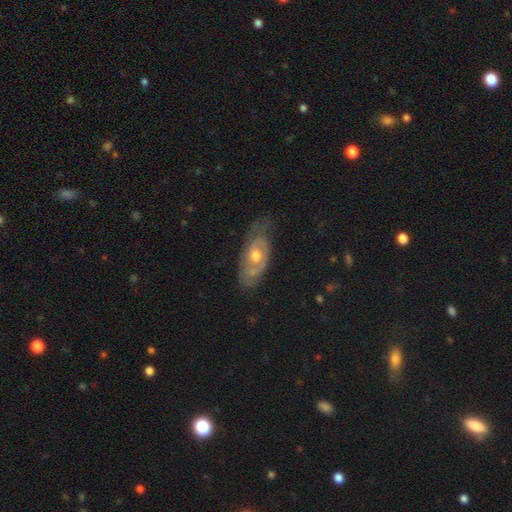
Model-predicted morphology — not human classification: Overall: featured or disk (73%). Edge-on disk: no (88%). Bar: no (77%). Spiral arms: yes (73%). Bulge size: moderate (71%). Merging: none (65%).